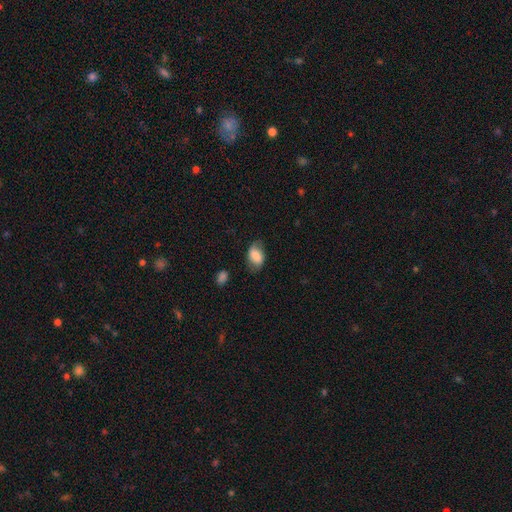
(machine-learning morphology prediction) smooth-or-featured: smooth: 75% | featured or disk: 17% | star or artifact: 7%
  how-rounded: in between: 87% | round: 11% | cigar-shaped: 1%
  merging: none: 64% | minor disturbance: 26% | major disturbance: 9% | merger: 2%